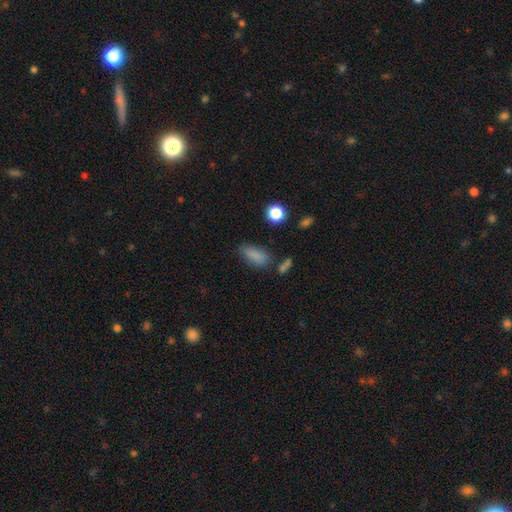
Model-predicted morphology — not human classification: This appears to be a smooth galaxy with no disk features (83%) that is in between round and cigar-shaped (80%). Merging: none (69%).